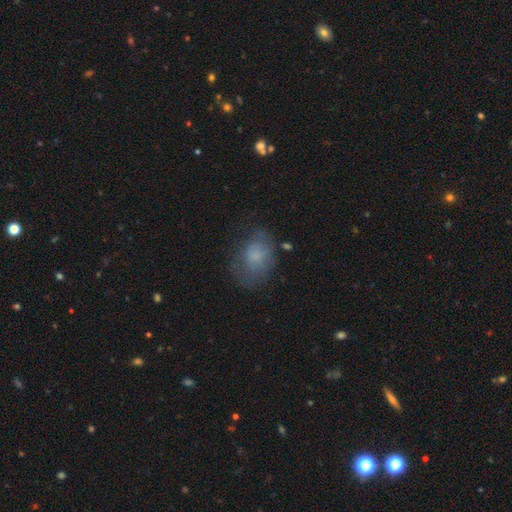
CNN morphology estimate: Smooth or featured? smooth (66%)
How rounded? in between (67%)
Merging? none (54%)